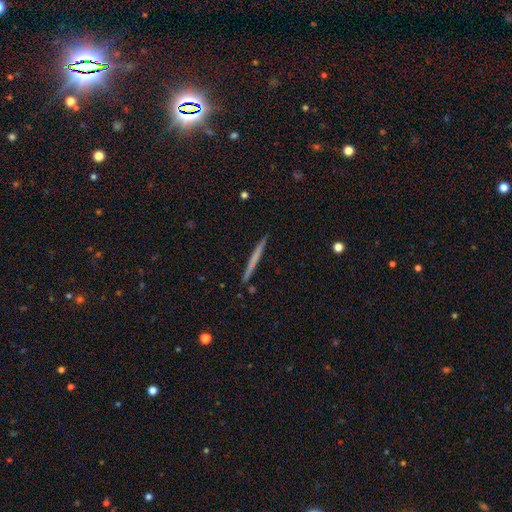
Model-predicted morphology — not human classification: A smooth galaxy with no disk features (48%). Merging: none (92%).